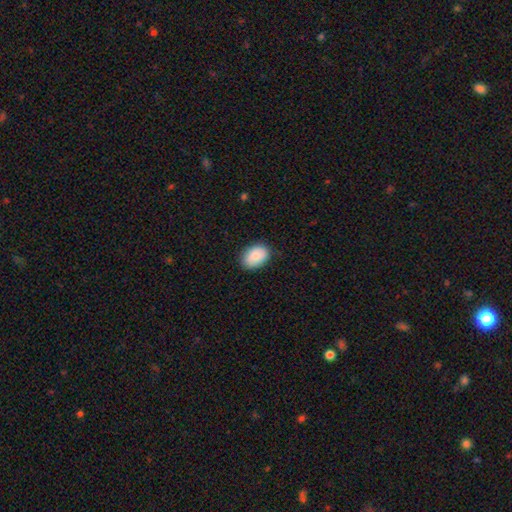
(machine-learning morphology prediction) A smooth galaxy with no disk features (85%) that is in between round and cigar-shaped (82%). Merging: none (85%).